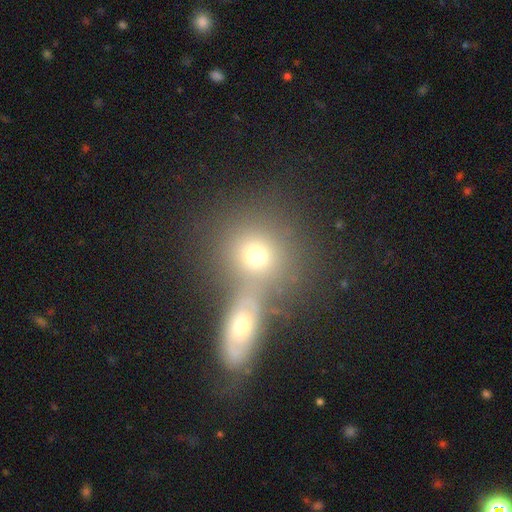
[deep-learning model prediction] Overall: smooth (72%). How rounded: round (82%). Merging: merger (49%; none 39%).